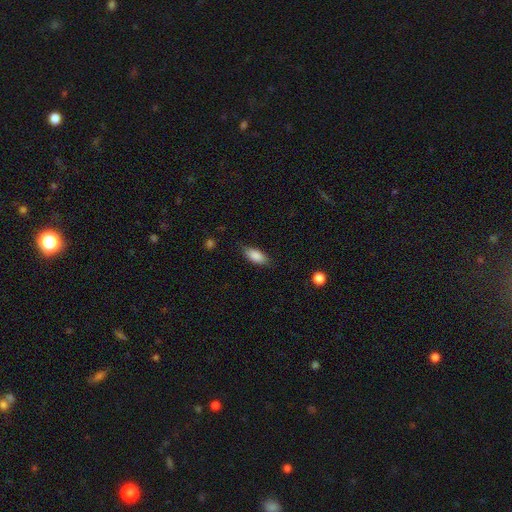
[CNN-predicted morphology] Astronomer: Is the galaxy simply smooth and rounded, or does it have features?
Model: smooth — 86%.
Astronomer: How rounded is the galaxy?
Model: in between — 85%.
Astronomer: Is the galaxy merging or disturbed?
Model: none — 80%.